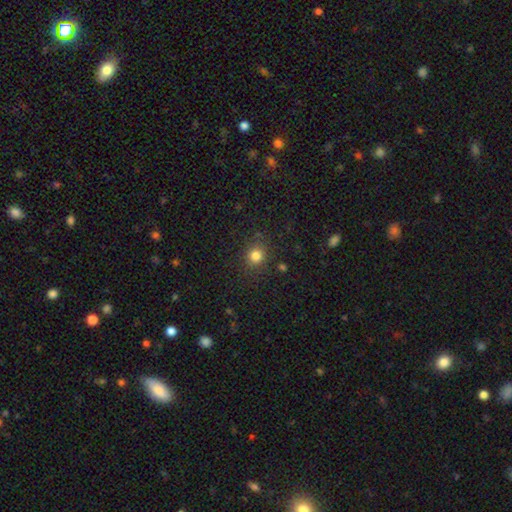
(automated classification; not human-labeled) A smooth galaxy with no disk features (82%) that is round (82%).

Vote fractions:
- Smooth or featured? smooth: 82% / star or artifact: 13% / featured or disk: 5%
- How rounded? round: 82% / in between: 17% / cigar-shaped: 1%
- Merging? none: 85% / minor disturbance: 9% / major disturbance: 4% / merger: 2%